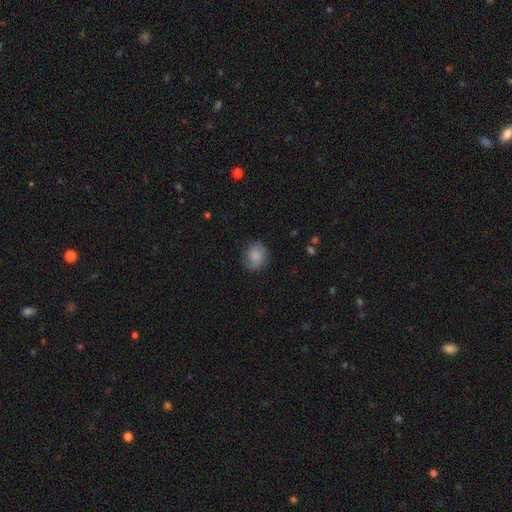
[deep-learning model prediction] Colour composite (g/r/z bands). It shows a smooth galaxy with no disk features (69%) that is round (67%). Merging: none (76%).